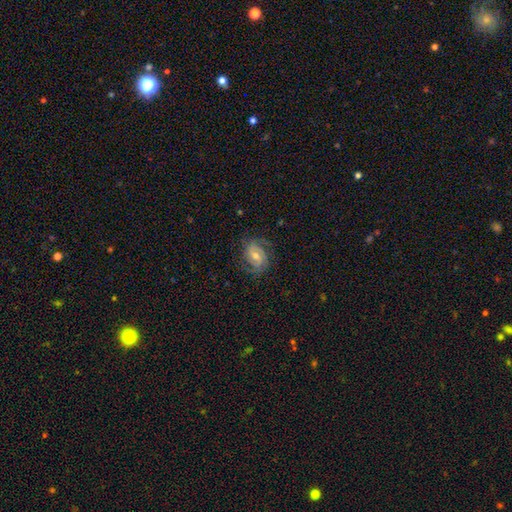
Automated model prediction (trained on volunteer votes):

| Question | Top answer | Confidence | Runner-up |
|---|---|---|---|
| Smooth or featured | featured or disk | 64% | smooth (29%) |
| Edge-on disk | no | 97% | yes (3%) |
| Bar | weak | 44% | no (42%) |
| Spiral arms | yes | 86% | no (14%) |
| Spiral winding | tight | 41% | tied: medium (41%) |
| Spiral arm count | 2 | 63% | can't tell (20%) |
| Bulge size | moderate | 59% | small (35%) |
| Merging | none | 71% | minor disturbance (19%) |